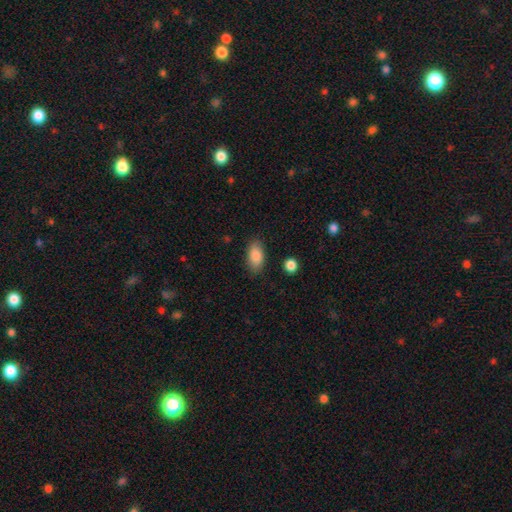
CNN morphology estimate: A smooth galaxy with no disk features (87%) that is in between round and cigar-shaped (92%). Merging: none (84%).